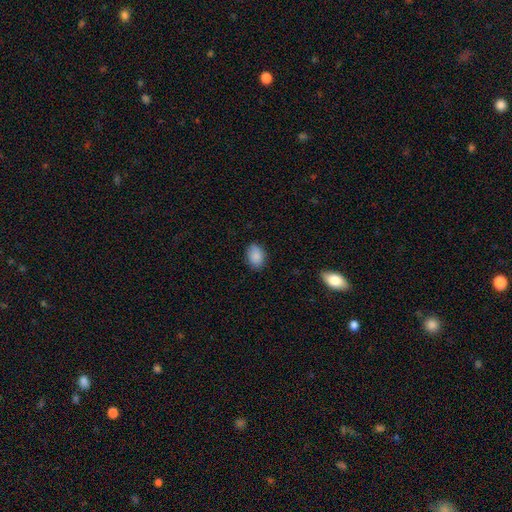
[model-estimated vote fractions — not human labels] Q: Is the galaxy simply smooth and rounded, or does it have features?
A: smooth — 89%.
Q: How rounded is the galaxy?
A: in between — 79%.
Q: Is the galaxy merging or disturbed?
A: none — 84%.